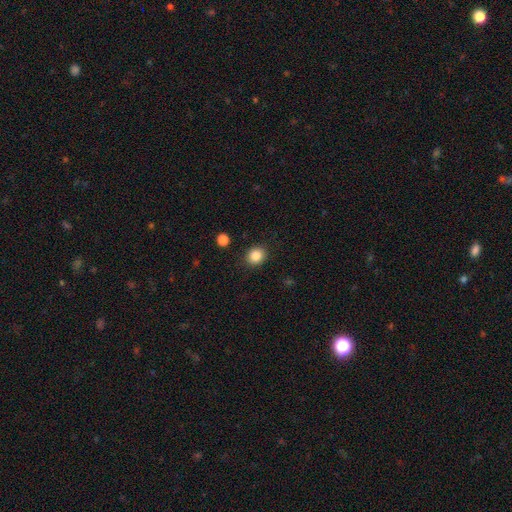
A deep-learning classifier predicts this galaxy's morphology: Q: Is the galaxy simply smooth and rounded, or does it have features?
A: smooth — 85%.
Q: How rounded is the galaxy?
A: round — 72%.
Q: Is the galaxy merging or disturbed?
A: none — 89%.